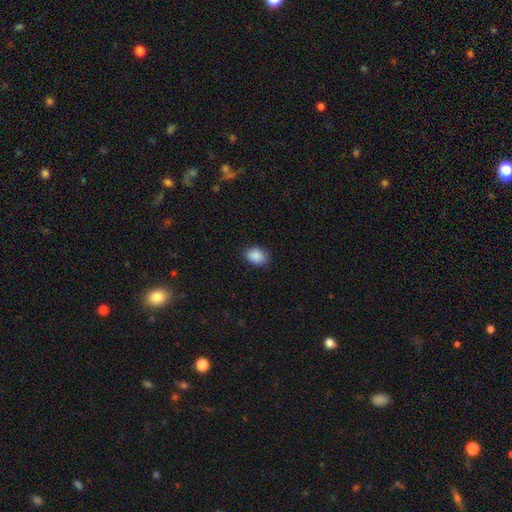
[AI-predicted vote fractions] Smooth or featured?
  - smooth: 89% *
  - star or artifact: 8%
  - featured or disk: 3%
How rounded?
  - in between: 66% *
  - round: 33%
  - cigar-shaped: 1%
Merging?
  - none: 82% *
  - minor disturbance: 15%
  - major disturbance: 3%
  - merger: 1%